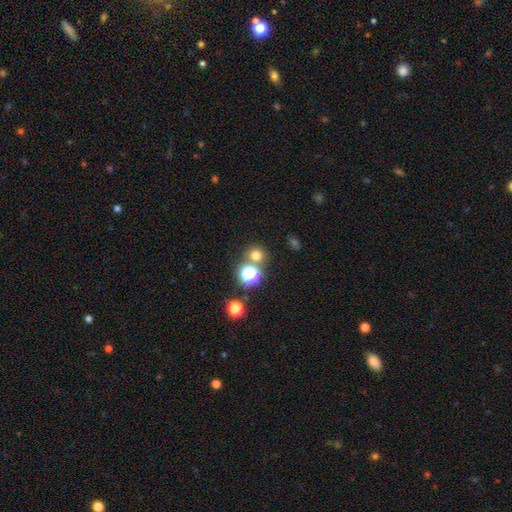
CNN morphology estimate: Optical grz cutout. It shows a smooth galaxy with no disk features (69%) that is round (89%). Merging: none (74%).